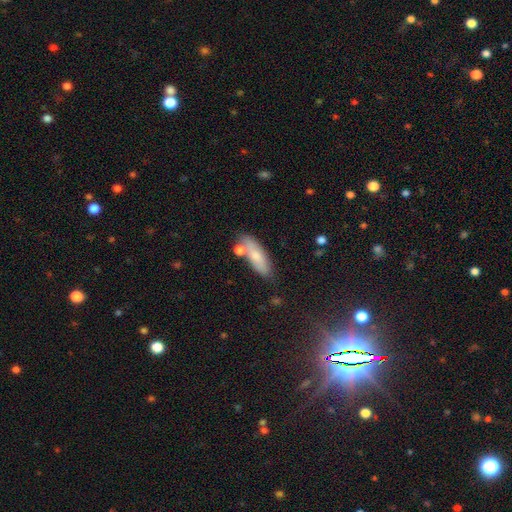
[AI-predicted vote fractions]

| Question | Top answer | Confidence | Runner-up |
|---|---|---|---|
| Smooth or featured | smooth | 73% | featured or disk (20%) |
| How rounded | in between | 60% | cigar-shaped (37%) |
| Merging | none | 68% | minor disturbance (16%) |